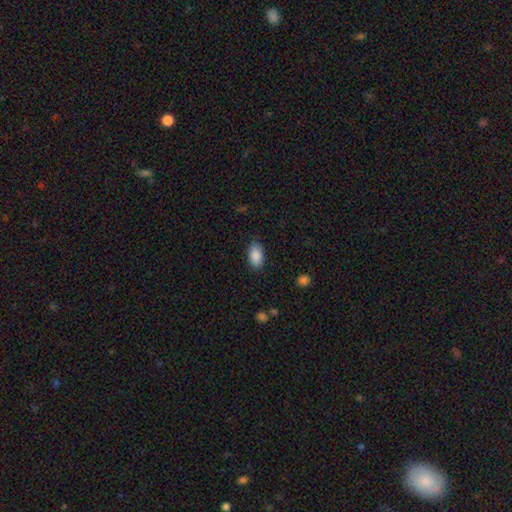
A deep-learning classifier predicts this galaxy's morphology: The model was most divided on "merging": none: 85%, minor disturbance: 11%, major disturbance: 3%, merger: 1%. More confident: how rounded — in between (94%); smooth or featured — smooth (89%).